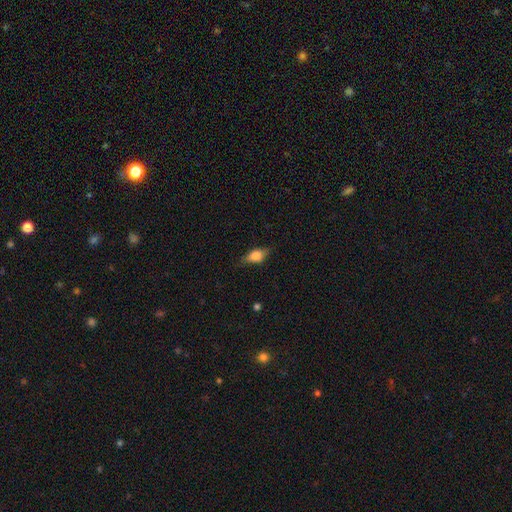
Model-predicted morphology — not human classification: Smooth or featured: smooth — 69% (featured or disk — 22%)
How rounded: in between — 78% (round — 11%)
Merging: none — 72% (minor disturbance — 22%)